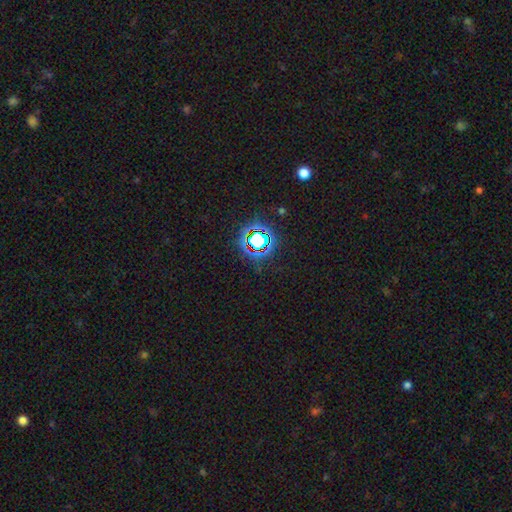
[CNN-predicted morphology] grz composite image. It shows a star or artifact, not a galaxy (75%).